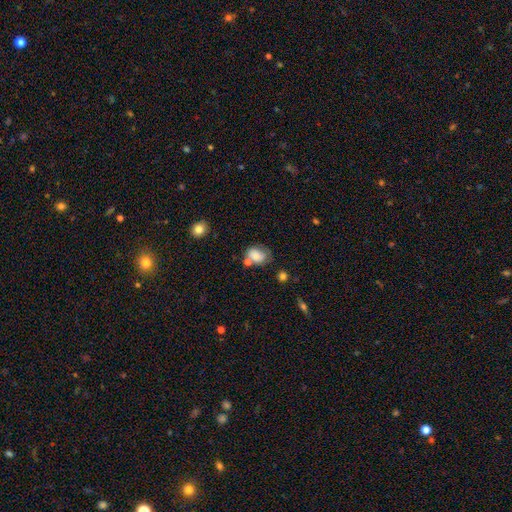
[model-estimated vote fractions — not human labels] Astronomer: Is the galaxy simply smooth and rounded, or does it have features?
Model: smooth — 73%.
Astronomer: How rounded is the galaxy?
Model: in between — 68%.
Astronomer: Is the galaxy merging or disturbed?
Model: none — 43% (runner-up: minor disturbance, 27%).